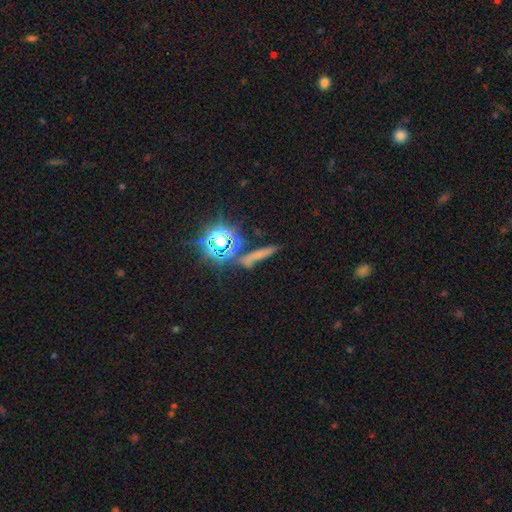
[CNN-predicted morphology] type=smooth (44%); merging=none (70%).